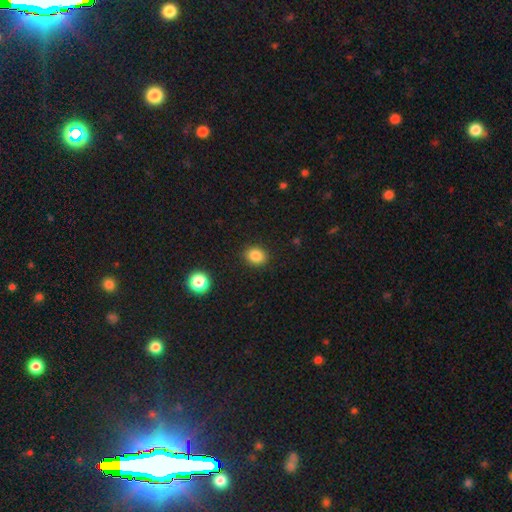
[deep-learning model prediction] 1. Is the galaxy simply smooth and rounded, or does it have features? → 85% smooth, 11% star or artifact, 4% featured or disk.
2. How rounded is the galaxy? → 58% round, 42% in between, 1% cigar-shaped.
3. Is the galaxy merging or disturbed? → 90% none, 7% minor disturbance, 2% major disturbance, 1% merger.